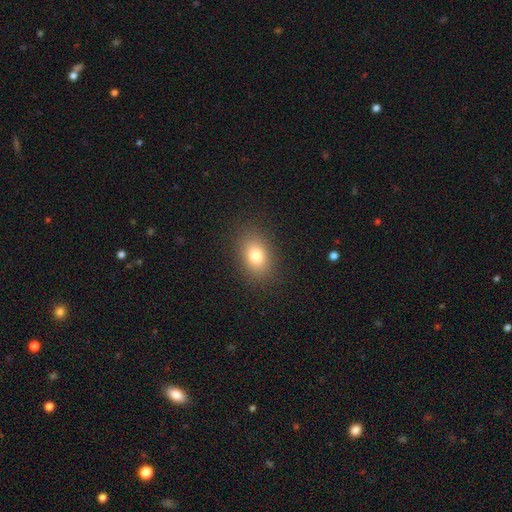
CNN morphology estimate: Smooth or featured? Predicted: smooth (p=0.79). How rounded? Predicted: in between (p=0.78). Merging? Predicted: none (p=0.87).